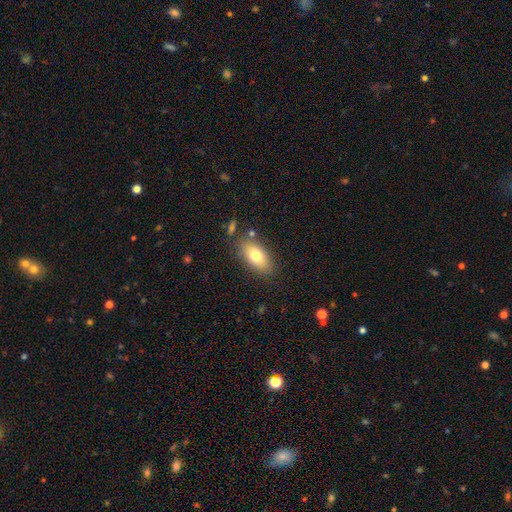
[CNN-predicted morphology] Smooth or featured: smooth — 76% (featured or disk — 16%)
How rounded: in between — 88% (cigar-shaped — 7%)
Merging: none — 78% (minor disturbance — 13%)